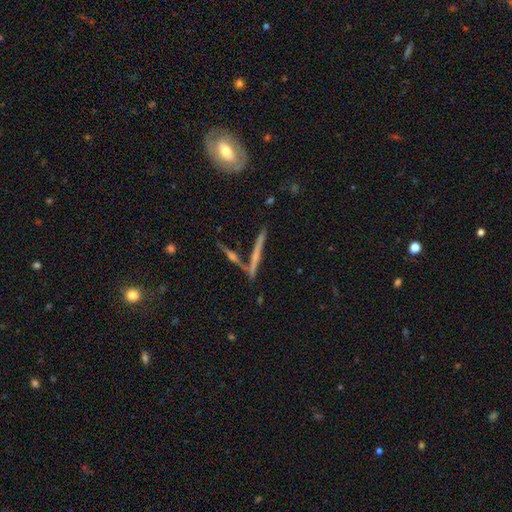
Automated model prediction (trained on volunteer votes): Smooth or featured: featured or disk — 66% (smooth — 25%)
Edge-on disk: yes — 95% (no — 5%)
Edge-on bulge: none — 51% (rounded — 39%)
Merging: none — 76% (merger — 12%)